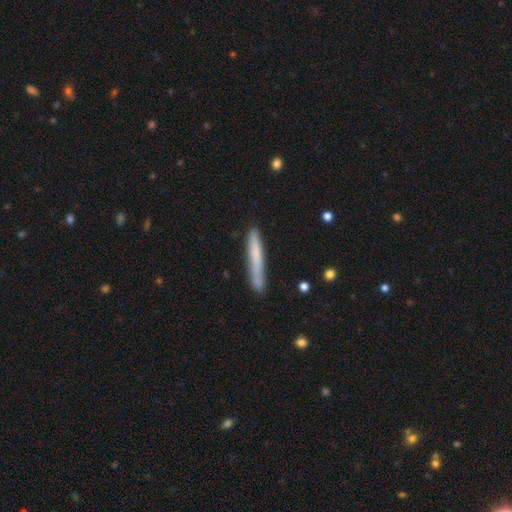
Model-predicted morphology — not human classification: This appears to be a smooth galaxy with no disk features (67%) that is cigar-shaped (96%). Merging: none (81%).